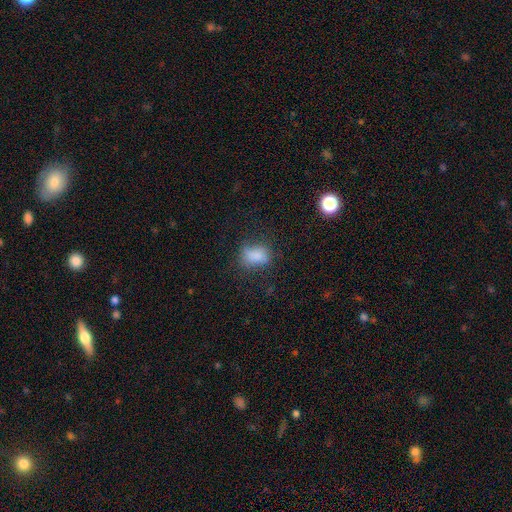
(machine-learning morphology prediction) type=smooth (78%); roundness=in between (69%); merging=none (57%).